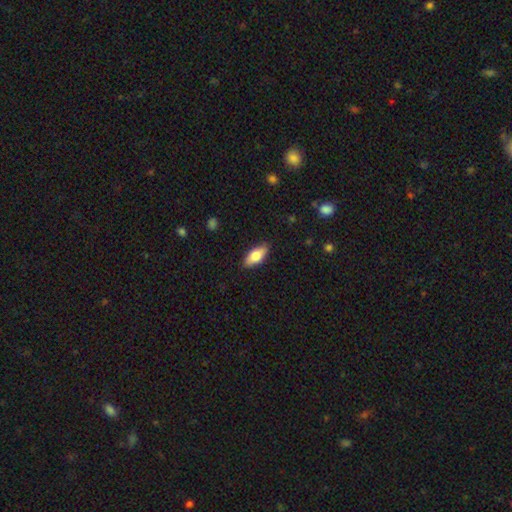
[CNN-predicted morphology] smooth_or_featured: smooth (p=0.76) [alt: featured or disk p=0.18]
how_rounded: in between (p=0.83) [alt: cigar-shaped p=0.14]
merging: none (p=0.86) [alt: minor disturbance p=0.11]